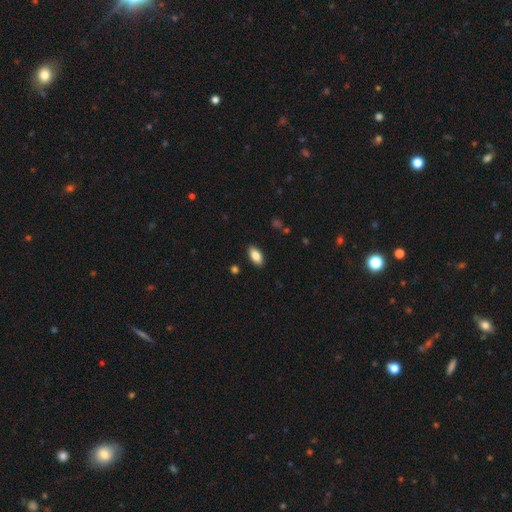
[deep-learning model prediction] smooth-or-featured: smooth: 84% | featured or disk: 9% | star or artifact: 7%
  how-rounded: in between: 90% | cigar-shaped: 7% | round: 3%
  merging: none: 88% | minor disturbance: 8% | major disturbance: 2% | merger: 1%